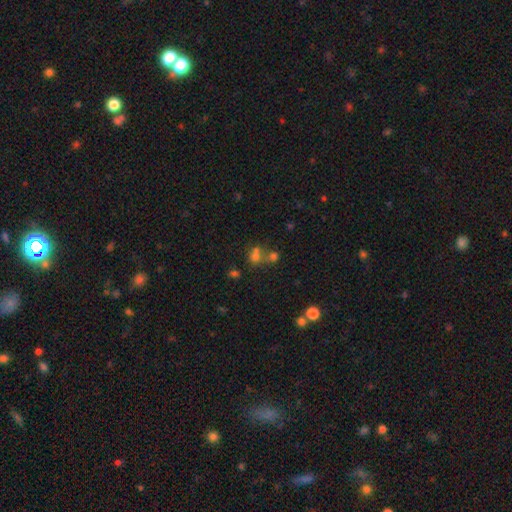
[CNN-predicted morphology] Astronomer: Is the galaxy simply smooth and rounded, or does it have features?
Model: smooth — 61%.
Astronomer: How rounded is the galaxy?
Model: round — 69%.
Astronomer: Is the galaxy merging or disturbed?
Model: merger — 50% (runner-up: none, 37%).